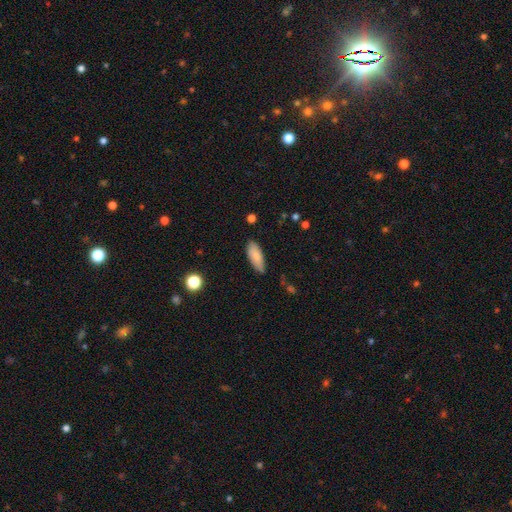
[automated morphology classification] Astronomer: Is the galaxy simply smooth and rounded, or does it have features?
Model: smooth — 83%.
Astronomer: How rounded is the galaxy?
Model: in between — 76%.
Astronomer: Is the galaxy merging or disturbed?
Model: none — 81%.